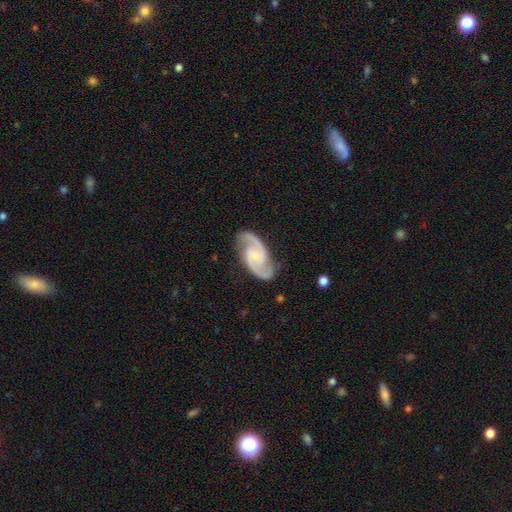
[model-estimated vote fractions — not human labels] Morphology: type=featured or disk (92%); edge-on=no (97%); bar=no (56%); spiral arms=yes (98%); winding=medium (59%); arm count=2 (94%); bulge=small (60%); merging=none (83%).